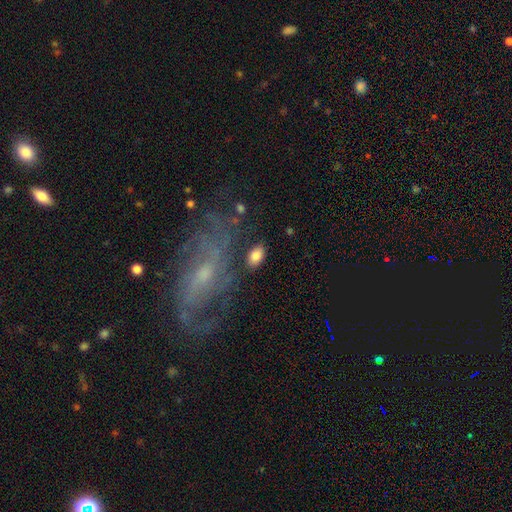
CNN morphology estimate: Overall: smooth (82%). How rounded: in between (91%). Merging: none (80%).